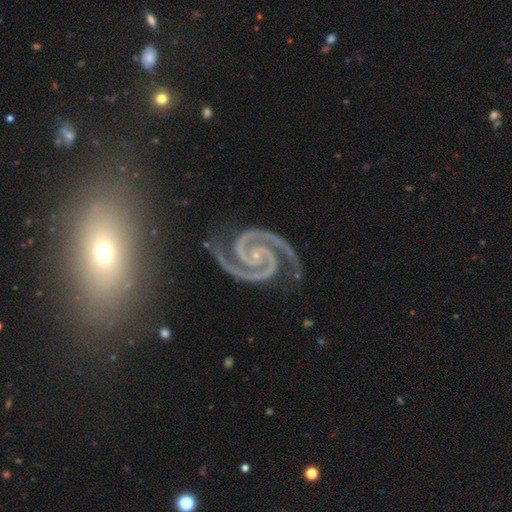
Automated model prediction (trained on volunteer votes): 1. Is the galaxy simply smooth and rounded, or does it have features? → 94% featured or disk, 4% star or artifact, 2% smooth.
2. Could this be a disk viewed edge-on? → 98% no, 2% yes.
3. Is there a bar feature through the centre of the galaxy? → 57% no, 25% weak, 18% strong.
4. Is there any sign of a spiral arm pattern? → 99% yes, 1% no.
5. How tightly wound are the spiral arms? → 59% tight, 37% medium, 4% loose.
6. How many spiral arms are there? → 90% 2, 4% 3, 1% can't tell, 1% 4, 1% 1, 1% more than 4.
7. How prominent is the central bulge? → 79% small, 11% moderate, 8% none, 1% large, 1% dominant.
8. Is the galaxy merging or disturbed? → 75% none, 17% minor disturbance, 5% major disturbance, 3% merger.